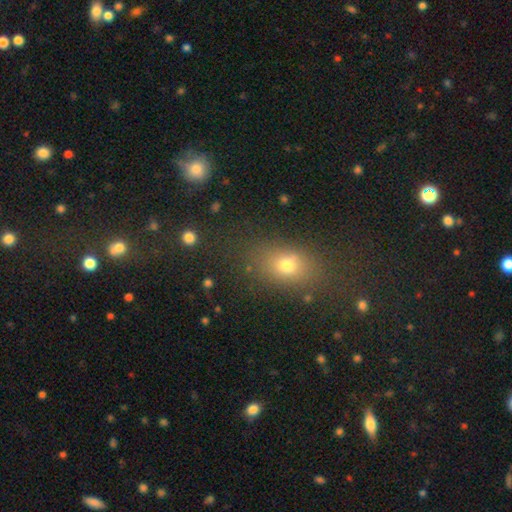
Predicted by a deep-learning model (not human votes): smooth 63%, star or artifact 26%, featured or disk 11%. Down the decision tree: how rounded — in between (64%); merging — none (81%).